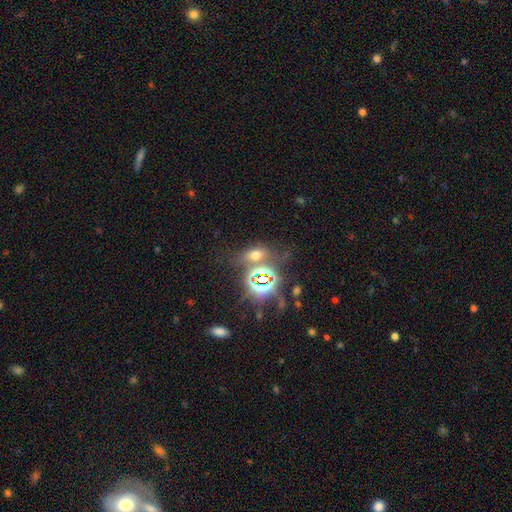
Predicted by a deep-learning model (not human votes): Overall: star or artifact (44%; smooth 43%).